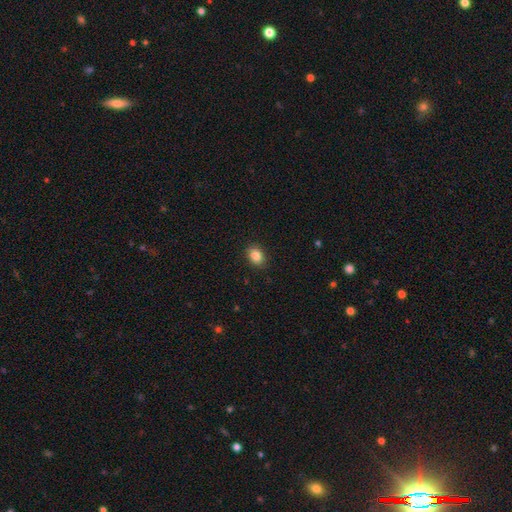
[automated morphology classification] The model was most divided on "how rounded": in between: 64%, round: 35%, cigar-shaped: 1%. More confident: merging — none (87%); smooth or featured — smooth (87%).